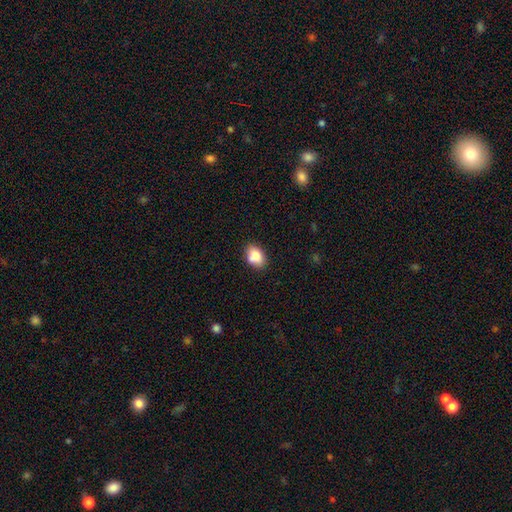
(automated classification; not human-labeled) A smooth galaxy with no disk features (84%) that is in between round and cigar-shaped (80%).

Vote fractions:
- Smooth or featured? smooth: 84% / star or artifact: 8% / featured or disk: 7%
- How rounded? in between: 80% / round: 18% / cigar-shaped: 1%
- Merging? none: 74% / minor disturbance: 17% / merger: 6% / major disturbance: 3%